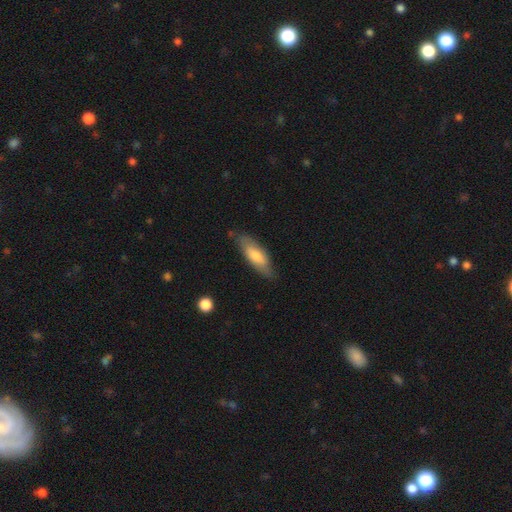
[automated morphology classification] type=smooth (63%); roundness=in between (56%); merging=none (78%).